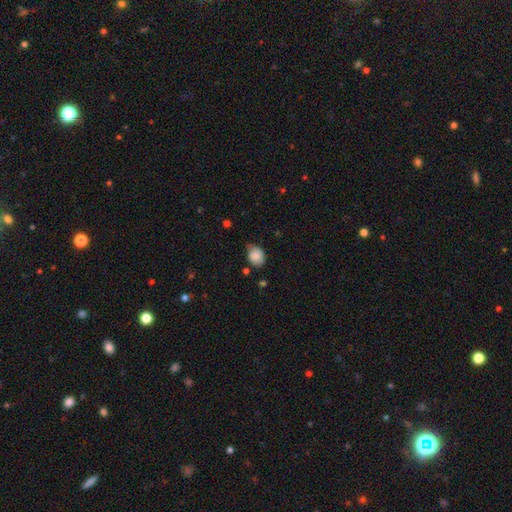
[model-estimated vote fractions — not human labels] A smooth galaxy with no disk features (83%) that is in between round and cigar-shaped (55%).

Vote fractions:
- Smooth or featured? smooth: 83% / featured or disk: 9% / star or artifact: 8%
- How rounded? in between: 55% / round: 44% / cigar-shaped: 1%
- Merging? none: 52% / minor disturbance: 38% / major disturbance: 7% / merger: 3%